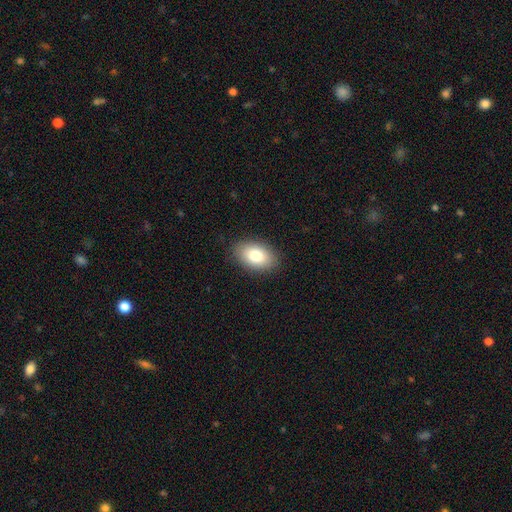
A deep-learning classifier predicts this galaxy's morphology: A smooth galaxy with no disk features (82%) that is in between round and cigar-shaped (92%). Merging: none (88%).